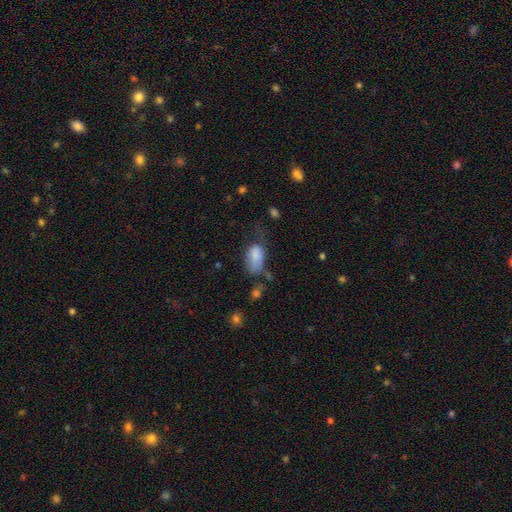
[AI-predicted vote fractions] Morphology: type=smooth (81%); roundness=in between (92%); merging=minor disturbance (32%).